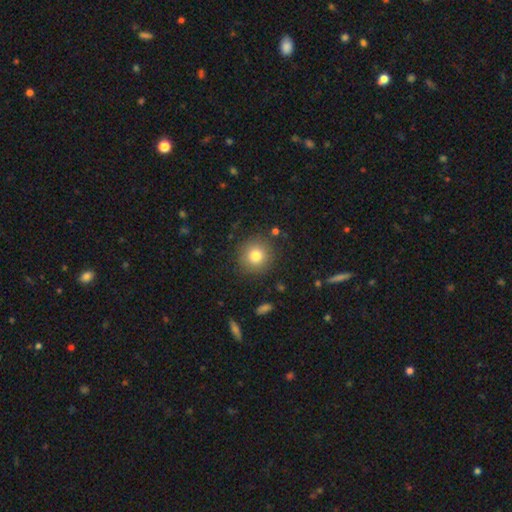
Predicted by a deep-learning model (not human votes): smooth 80%, star or artifact 11%, featured or disk 9%. Down the decision tree: how rounded — round (93%); merging — none (87%).